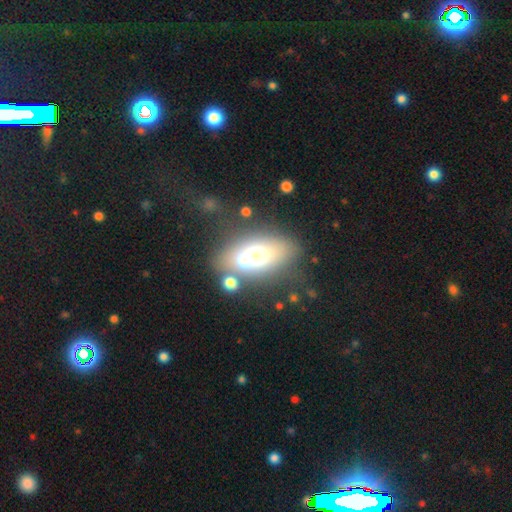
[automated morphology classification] The model was most divided on "merging": none: 51%, merger: 28%, minor disturbance: 12%, major disturbance: 8%. More confident: how rounded — in between (74%); smooth or featured — smooth (59%).